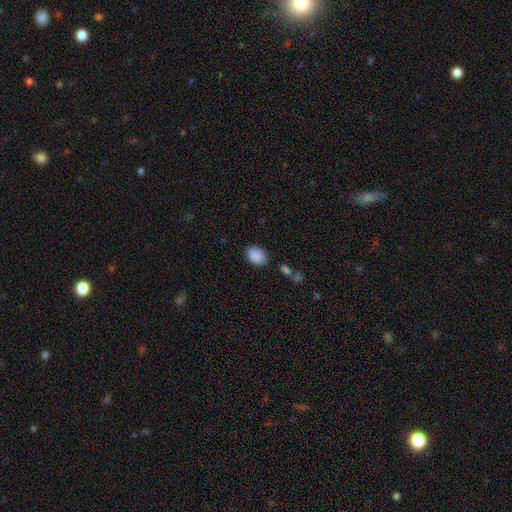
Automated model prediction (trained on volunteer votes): smooth 89%, star or artifact 8%, featured or disk 3%. Down the decision tree: how rounded — in between (66%); merging — none (79%).